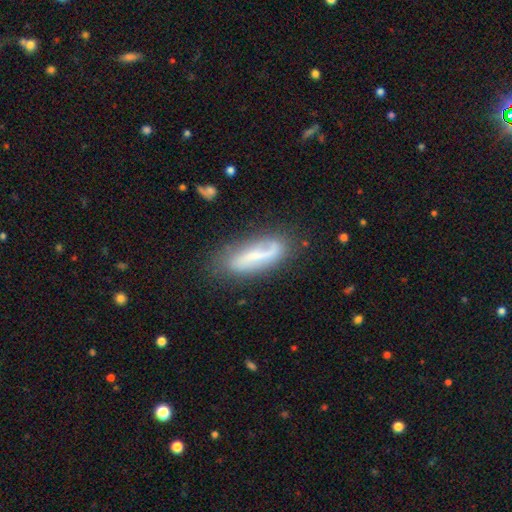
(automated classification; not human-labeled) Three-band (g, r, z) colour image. It shows a featured or disk galaxy (53%). Merging: none (66%).